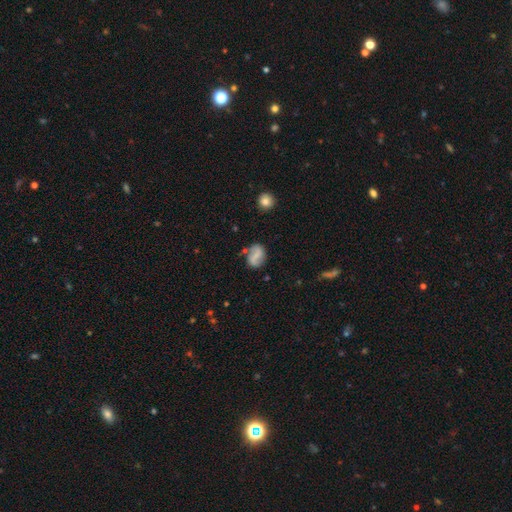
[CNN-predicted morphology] type=featured or disk (51%); edge-on=no (97%); merging=none (67%).